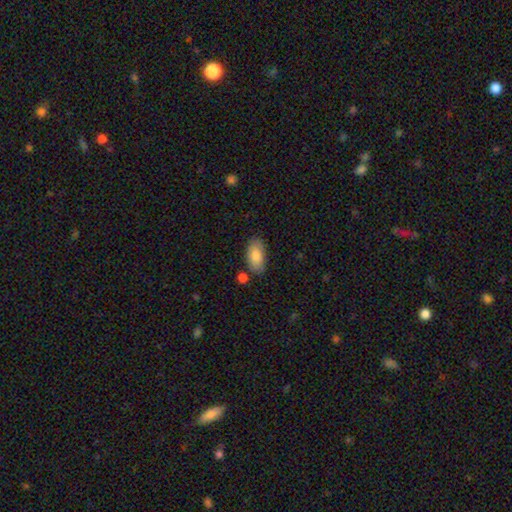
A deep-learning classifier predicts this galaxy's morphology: A smooth galaxy with no disk features (84%) that is in between round and cigar-shaped (93%).

Vote fractions:
- Smooth or featured? smooth: 84% / featured or disk: 9% / star or artifact: 6%
- How rounded? in between: 93% / cigar-shaped: 4% / round: 3%
- Merging? none: 76% / minor disturbance: 15% / merger: 5% / major disturbance: 3%